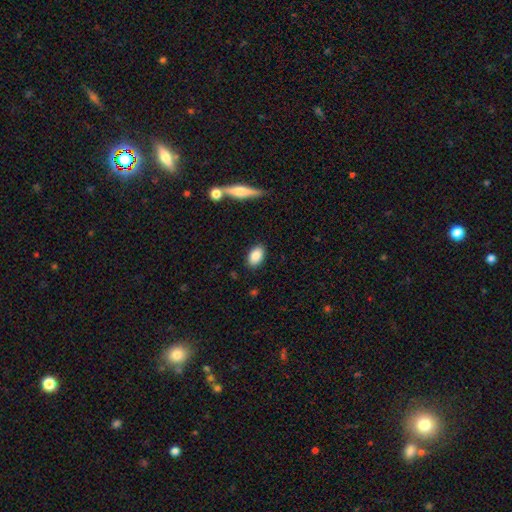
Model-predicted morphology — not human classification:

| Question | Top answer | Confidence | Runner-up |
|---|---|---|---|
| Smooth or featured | smooth | 87% | star or artifact (7%) |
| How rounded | in between | 91% | round (7%) |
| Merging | none | 87% | minor disturbance (9%) |